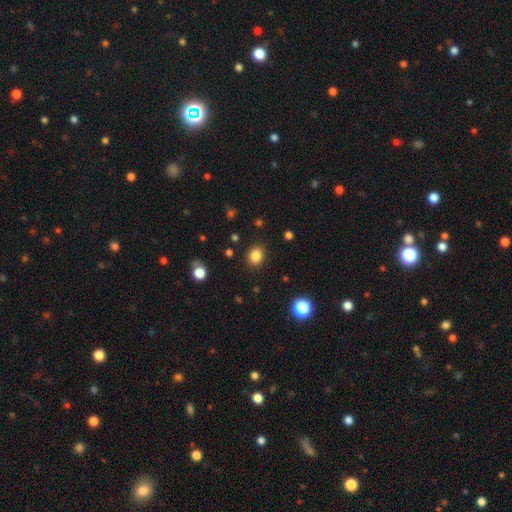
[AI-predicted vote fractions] Smooth or featured? smooth (84%)
How rounded? round (67%)
Merging? none (89%)